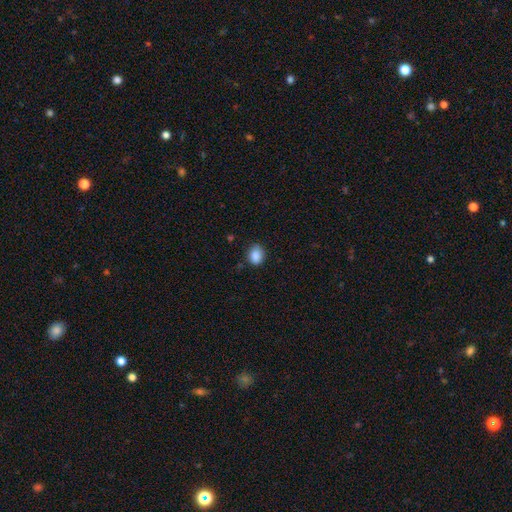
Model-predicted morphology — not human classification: smooth 87%, star or artifact 9%, featured or disk 4%. Down the decision tree: how rounded — round (50%); merging — none (76%).